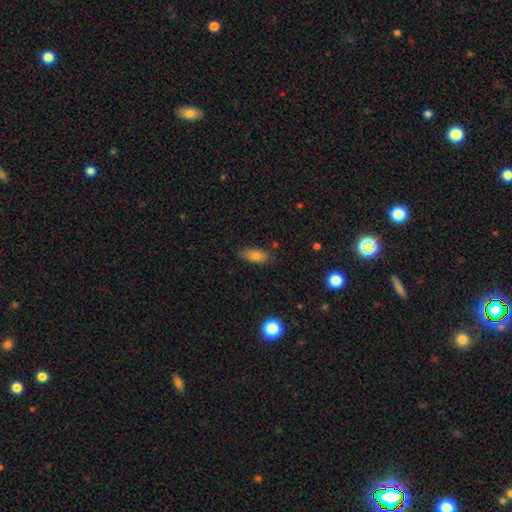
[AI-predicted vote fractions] Smooth or featured? Predicted: smooth (p=0.78). How rounded? Predicted: in between (p=0.84). Merging? Predicted: none (p=0.82).